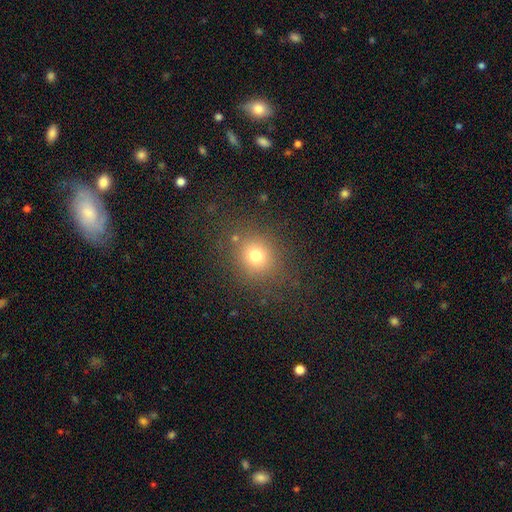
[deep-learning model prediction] A smooth galaxy with no disk features (74%) that is round (81%).

Vote fractions:
- Smooth or featured? smooth: 74% / star or artifact: 17% / featured or disk: 9%
- How rounded? round: 81% / in between: 18% / cigar-shaped: 1%
- Merging? none: 80% / minor disturbance: 11% / major disturbance: 6% / merger: 3%